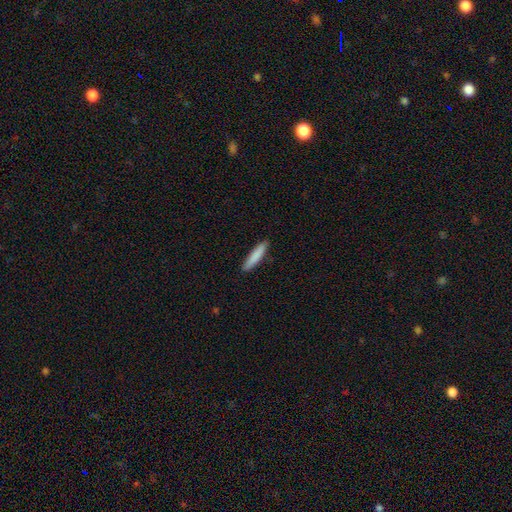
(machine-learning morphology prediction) The model was most divided on "smooth or featured": smooth: 85%, featured or disk: 10%, star or artifact: 5%. More confident: merging — none (90%); how rounded — cigar-shaped (89%).